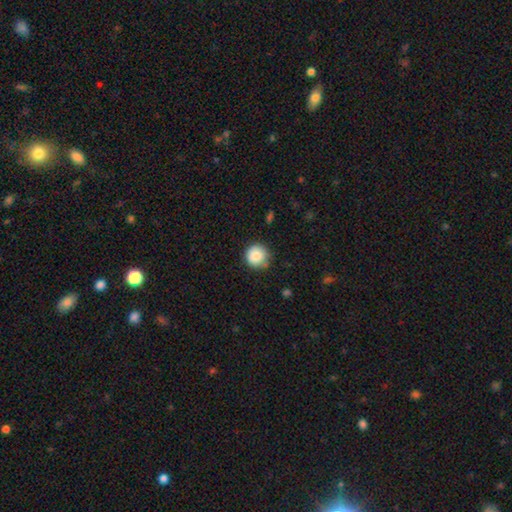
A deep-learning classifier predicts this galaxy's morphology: The model was most divided on "merging": none: 83%, minor disturbance: 13%, major disturbance: 3%, merger: 2%. More confident: how rounded — round (95%); smooth or featured — smooth (87%).